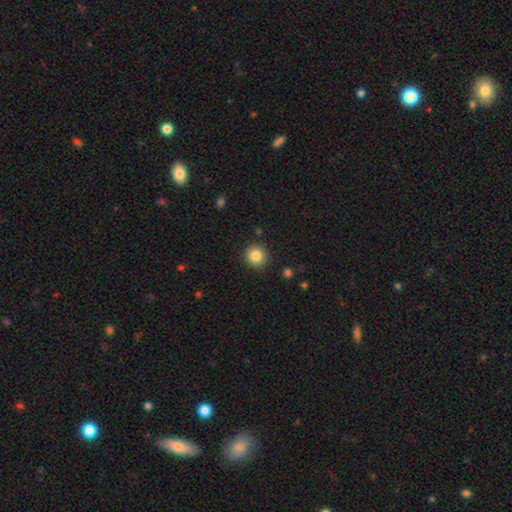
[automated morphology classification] This is clearly a smooth galaxy (84%). How rounded: clearly round (94%). Merging: clearly none (91%).